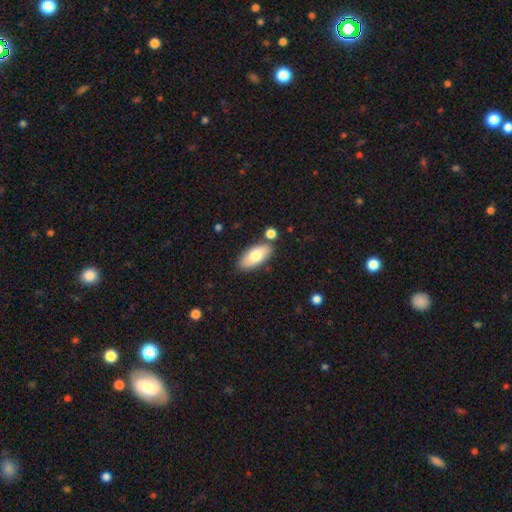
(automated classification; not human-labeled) Morphology: type=smooth (76%); roundness=in between (88%); merging=none (79%).